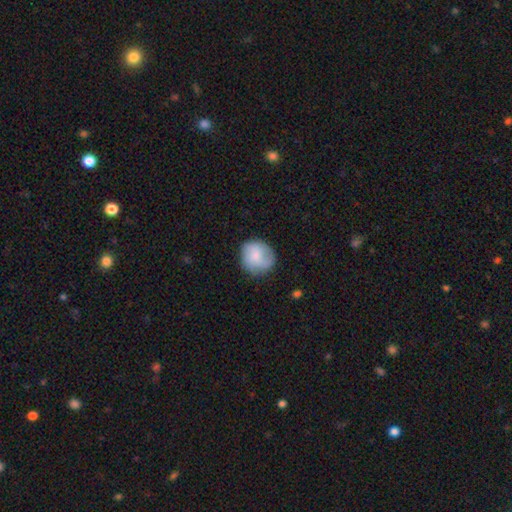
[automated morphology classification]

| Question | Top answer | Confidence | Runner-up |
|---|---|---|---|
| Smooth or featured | smooth | 71% | featured or disk (22%) |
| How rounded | round | 83% | in between (16%) |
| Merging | none | 71% | minor disturbance (21%) |